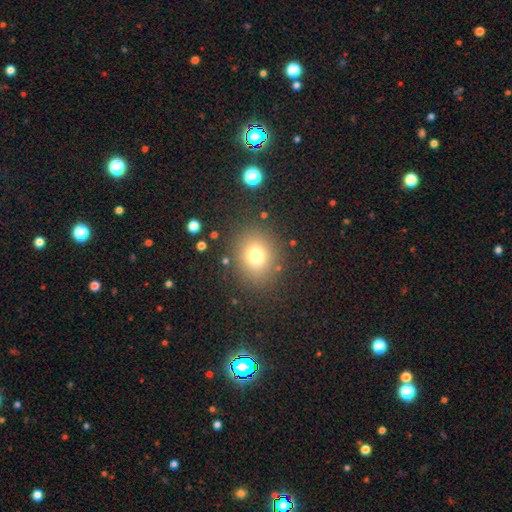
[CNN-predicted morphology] Overall: smooth (75%). How rounded: round (72%). Merging: none (85%).